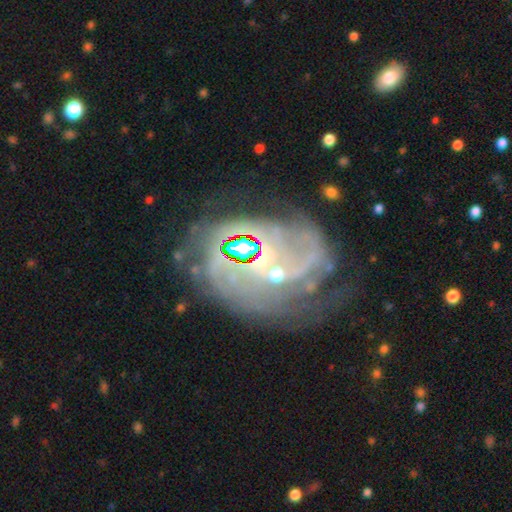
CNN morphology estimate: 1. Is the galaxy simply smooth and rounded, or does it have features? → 77% featured or disk, 15% star or artifact, 8% smooth.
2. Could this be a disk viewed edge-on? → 97% no, 3% yes.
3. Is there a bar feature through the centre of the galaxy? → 58% no, 28% weak, 14% strong.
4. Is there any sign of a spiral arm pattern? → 89% yes, 11% no.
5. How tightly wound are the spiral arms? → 52% tight, 34% medium, 15% loose.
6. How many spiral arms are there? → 30% can't tell, 28% 2, 14% 3, 9% 4, 9% more than 4, 9% 1.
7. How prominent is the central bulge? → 60% small, 27% moderate, 7% none, 4% large, 2% dominant.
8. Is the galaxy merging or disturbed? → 51% none, 22% major disturbance, 19% minor disturbance, 8% merger.